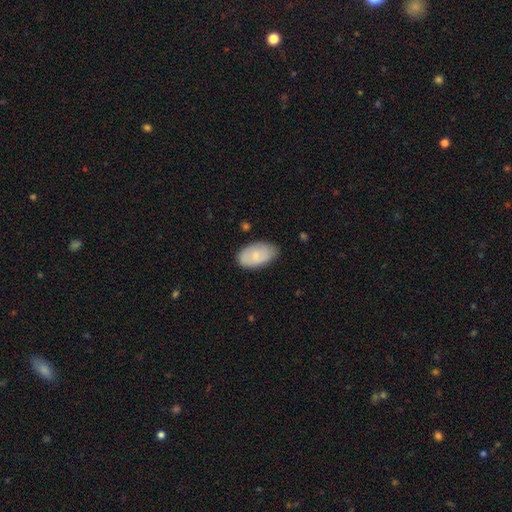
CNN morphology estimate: Overall: smooth (75%). How rounded: in between (94%). Merging: none (74%).